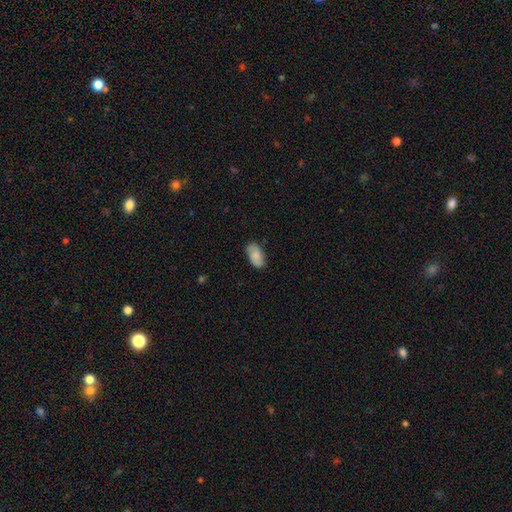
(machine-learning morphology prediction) This is likely a smooth galaxy (73%). How rounded: clearly in between (94%). Merging: clearly none (80%).